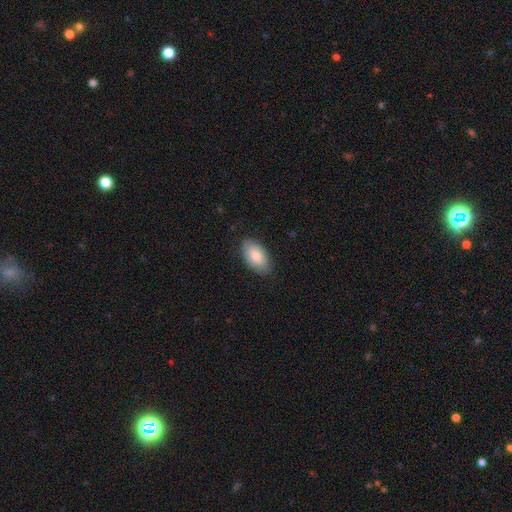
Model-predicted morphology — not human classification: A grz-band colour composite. It shows a smooth galaxy with no disk features (79%) that is in between round and cigar-shaped (95%). Merging: none (81%).